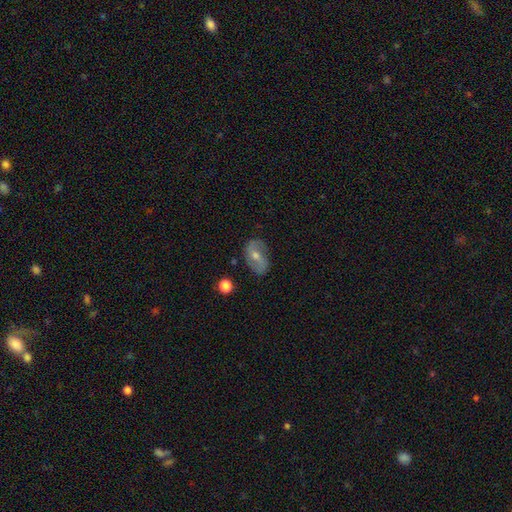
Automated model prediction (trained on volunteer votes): Smooth or featured? featured or disk (71%)
Edge-on disk? no (95%)
Bar? weak (40%)
Spiral arms? yes (83%)
Spiral winding? medium (40%)
Spiral arm count? 2 (84%)
Bulge size? moderate (56%)
Merging? none (78%)